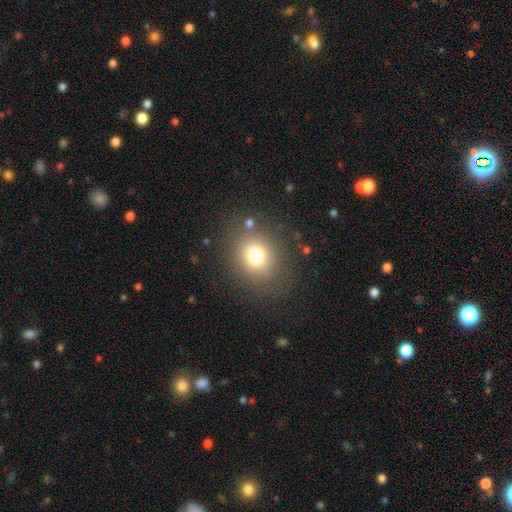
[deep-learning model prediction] Overall: smooth (75%). How rounded: round (75%). Merging: none (82%).